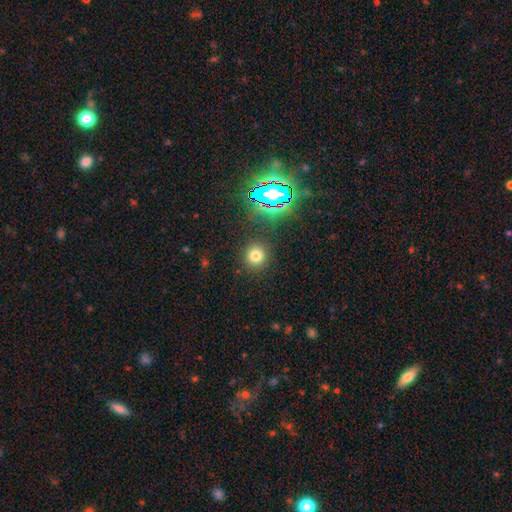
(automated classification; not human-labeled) The model was most divided on "smooth or featured": smooth: 71%, star or artifact: 21%, featured or disk: 7%. More confident: how rounded — round (91%); merging — none (89%).